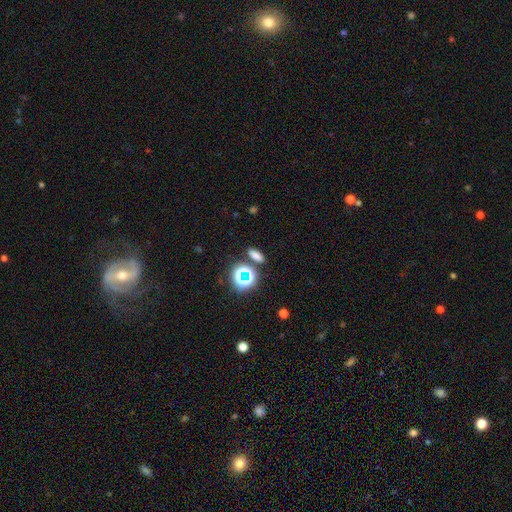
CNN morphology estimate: smooth 67%, star or artifact 25%, featured or disk 7%. Down the decision tree: how rounded — in between (63%); merging — none (80%).